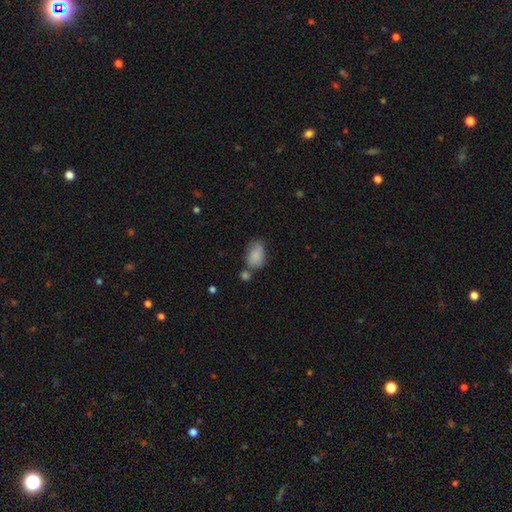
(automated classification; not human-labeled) Q: Smooth or featured?
A: smooth (84%); runner-up: featured or disk (8%)
Q: How rounded?
A: in between (85%); runner-up: round (14%)
Q: Merging?
A: none (47%); runner-up: minor disturbance (24%)